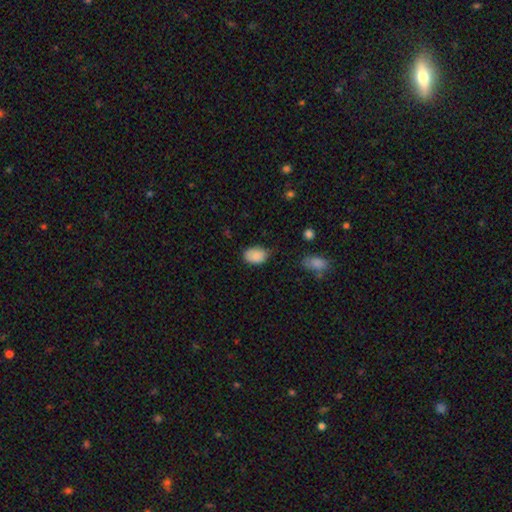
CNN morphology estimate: smooth_or_featured: smooth (p=0.87) [alt: star or artifact p=0.08]
how_rounded: in between (p=0.82) [alt: round p=0.17]
merging: none (p=0.67) [alt: minor disturbance p=0.27]